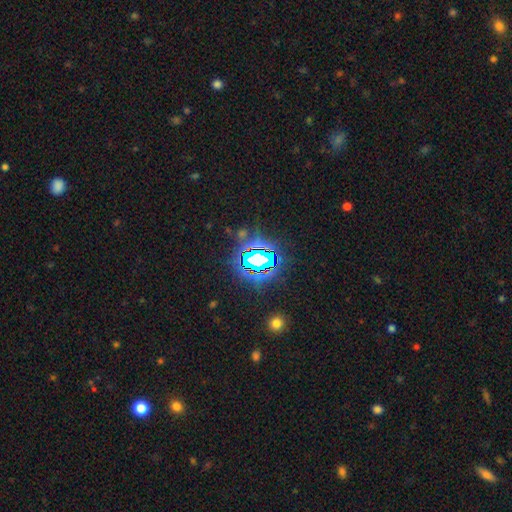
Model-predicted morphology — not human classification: smooth_or_featured: star or artifact (p=0.78) [alt: smooth p=0.11]